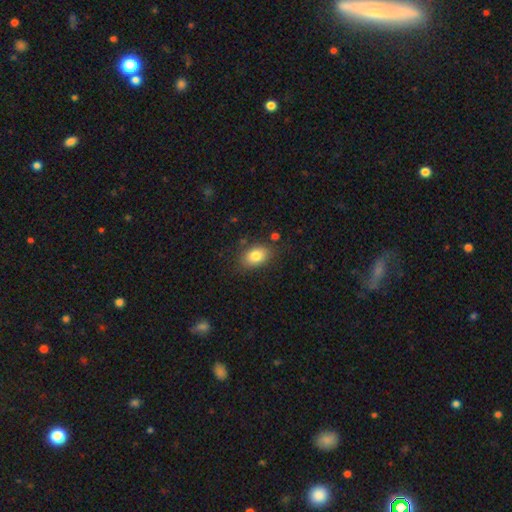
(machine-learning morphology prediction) A smooth galaxy with no disk features (82%) that is in between round and cigar-shaped (82%). Merging: none (80%).